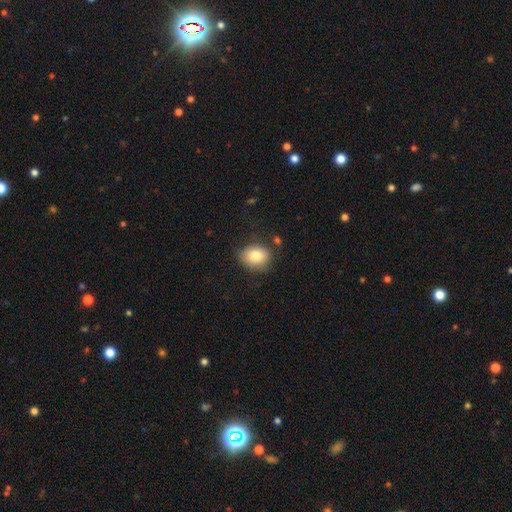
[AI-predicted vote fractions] This appears to be a smooth galaxy with no disk features (83%) that is in between round and cigar-shaped (57%). Merging: none (77%).